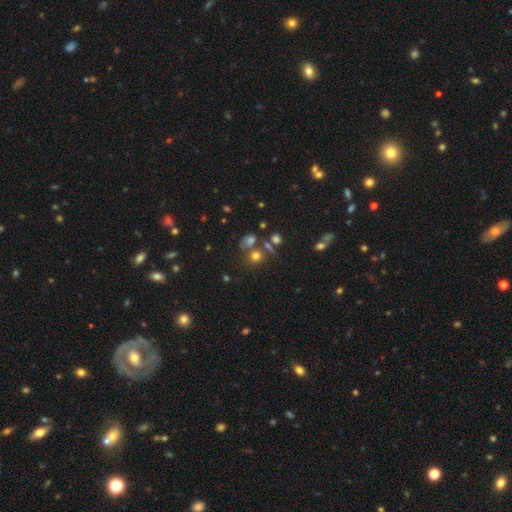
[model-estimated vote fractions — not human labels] This is likely a smooth galaxy (65%). How rounded: likely round (79%). Merging: possibly none (54%).